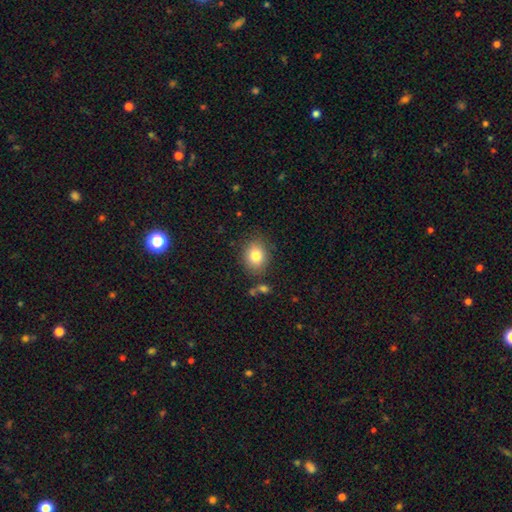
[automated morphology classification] Overall: smooth (81%). How rounded: round (57%; in between 42%). Merging: none (81%).